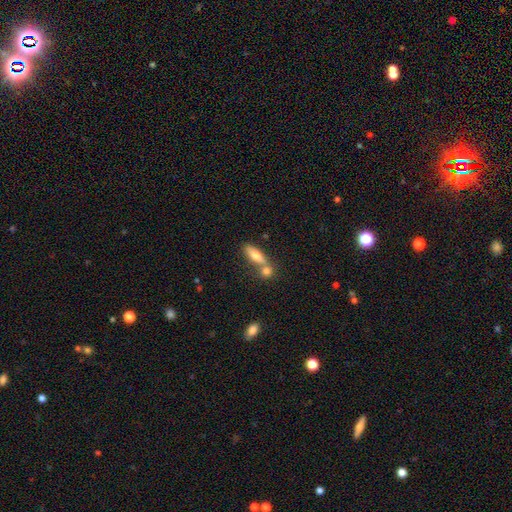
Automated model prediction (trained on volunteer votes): This appears to be a smooth galaxy with no disk features (73%) that is in between round and cigar-shaped (60%). Merging: none (44%).